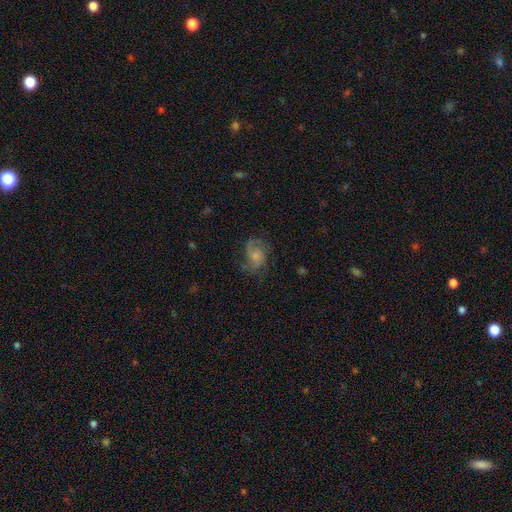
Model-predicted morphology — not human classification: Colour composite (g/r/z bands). It shows a featured or disk galaxy (59%) with no bar (73%), 2 (50%) medium (46%) spiral arms (88%) and a small central bulge (44%). Merging: none (57%).